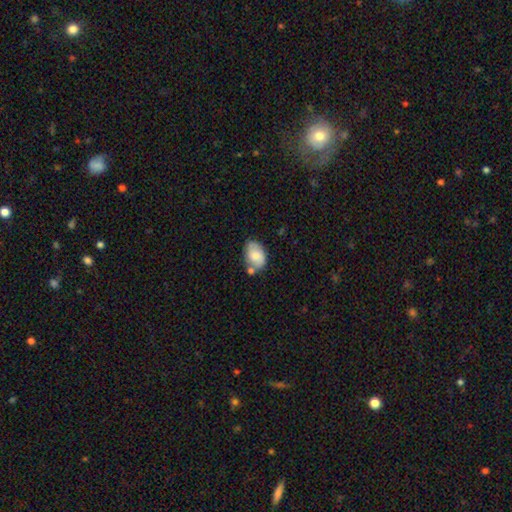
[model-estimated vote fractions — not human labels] smooth 74%, featured or disk 19%, star or artifact 7%. Down the decision tree: how rounded — in between (86%); merging — none (54%).